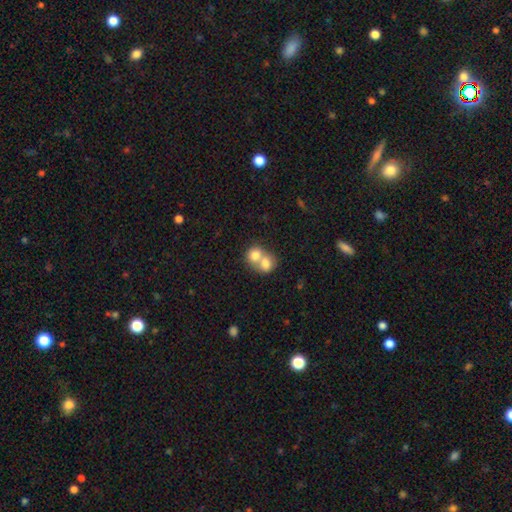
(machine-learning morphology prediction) Overall: smooth (75%). How rounded: round (68%; in between 32%). Merging: merger (74%).